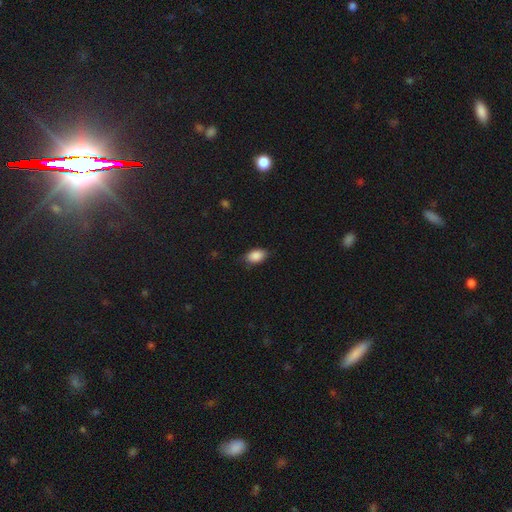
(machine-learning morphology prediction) smooth 88%, star or artifact 7%, featured or disk 5%. Down the decision tree: how rounded — in between (90%); merging — none (78%).